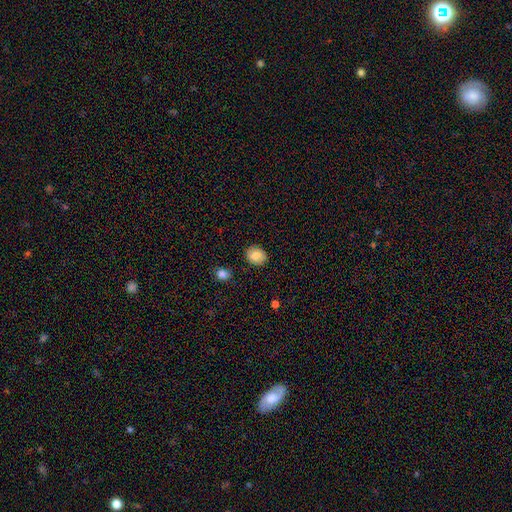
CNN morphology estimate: A smooth galaxy with no disk features (83%) that is round (63%).

Vote fractions:
- Smooth or featured? smooth: 83% / featured or disk: 9% / star or artifact: 8%
- How rounded? round: 63% / in between: 36% / cigar-shaped: 1%
- Merging? none: 86% / minor disturbance: 10% / major disturbance: 2% / merger: 2%